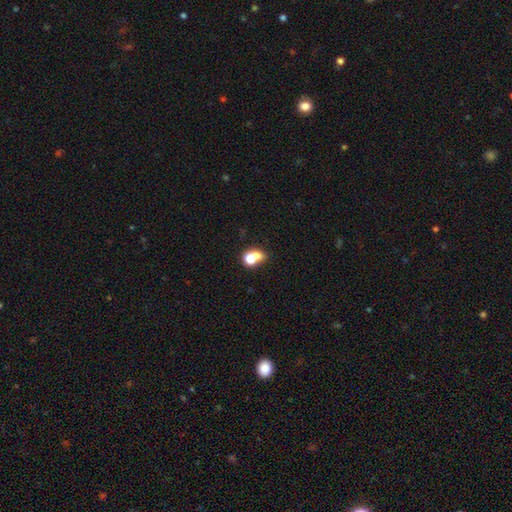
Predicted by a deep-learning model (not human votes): Smooth or featured: smooth — 68% (featured or disk — 19%)
How rounded: round — 57% (in between — 41%)
Merging: merger — 57% (none — 27%)